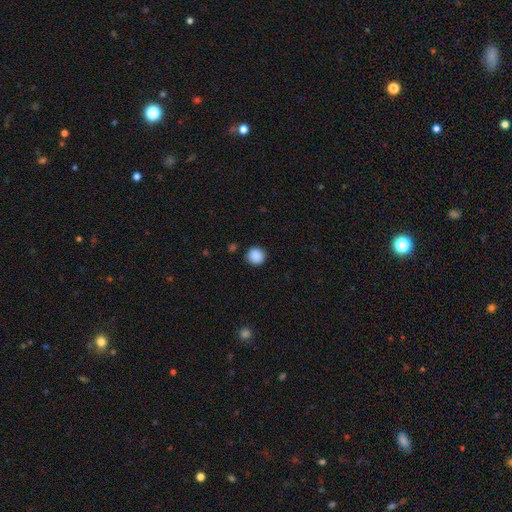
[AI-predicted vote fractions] This appears to be a smooth galaxy with no disk features (89%) that is round (93%). Merging: none (89%).